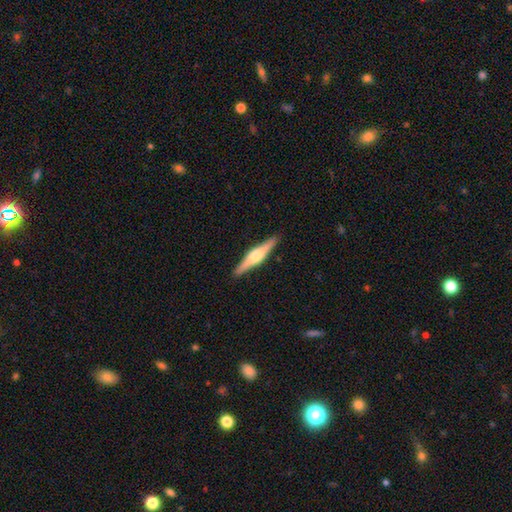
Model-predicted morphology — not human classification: A featured or disk galaxy (72%) viewed edge-on (98%) with a rounded central bulge (90%). Merging: none (91%).